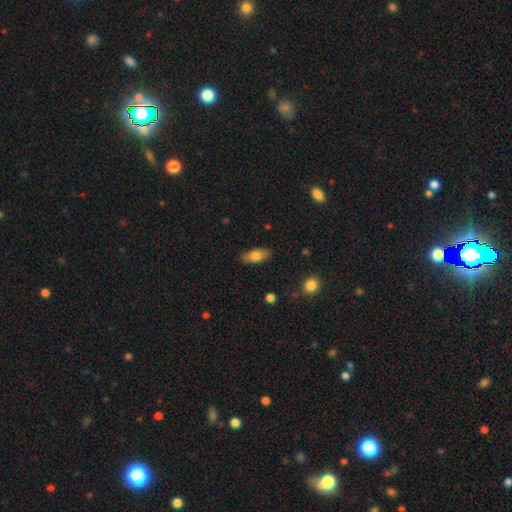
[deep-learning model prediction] smooth 76%, featured or disk 16%, star or artifact 7%. Down the decision tree: how rounded — in between (79%); merging — none (86%).